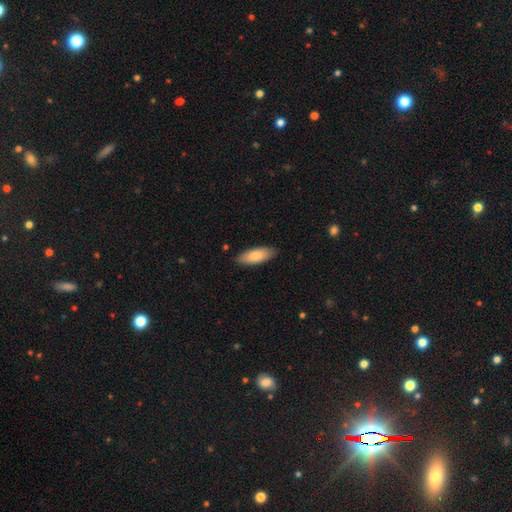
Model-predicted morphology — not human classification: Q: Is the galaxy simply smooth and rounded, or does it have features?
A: smooth — 83%.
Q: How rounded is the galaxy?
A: in between — 74%.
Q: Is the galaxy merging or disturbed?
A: none — 87%.